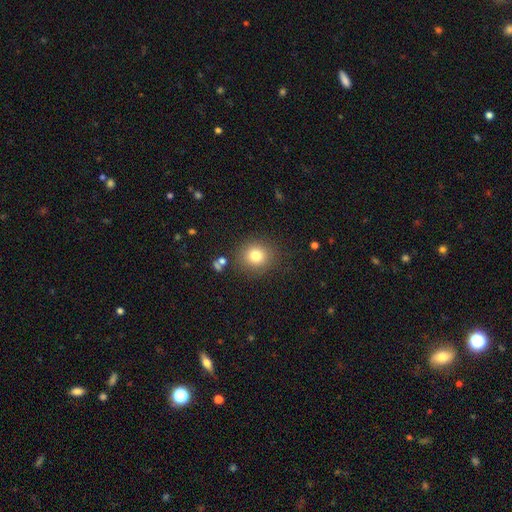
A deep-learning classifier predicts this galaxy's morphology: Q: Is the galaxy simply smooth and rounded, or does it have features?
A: smooth — 80%.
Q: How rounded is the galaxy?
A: round — 87%.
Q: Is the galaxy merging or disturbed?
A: none — 85%.